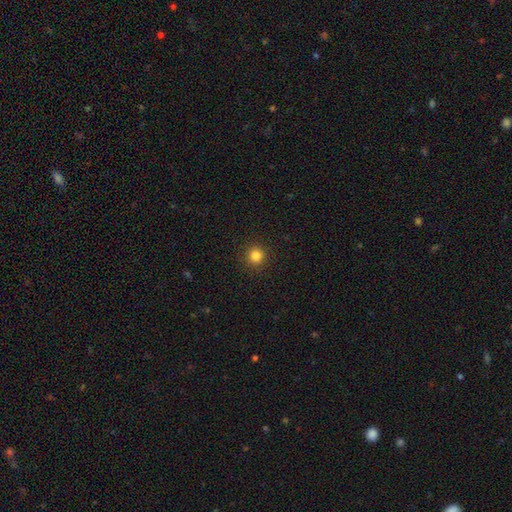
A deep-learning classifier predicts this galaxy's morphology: smooth 83%, star or artifact 12%, featured or disk 5%. Down the decision tree: how rounded — round (93%); merging — none (91%).